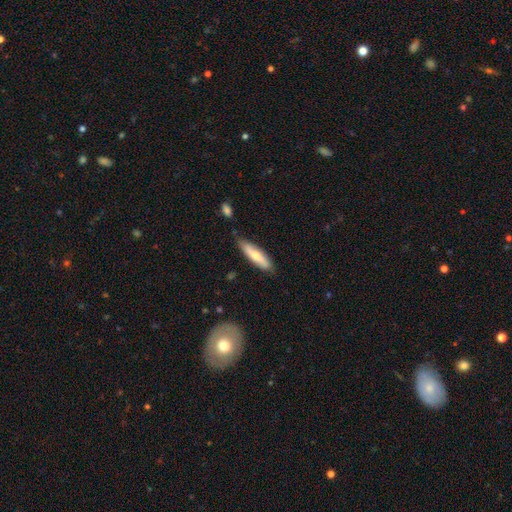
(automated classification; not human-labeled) Smooth or featured: smooth — 60% (featured or disk — 35%)
How rounded: cigar-shaped — 69% (in between — 29%)
Merging: none — 79% (minor disturbance — 16%)